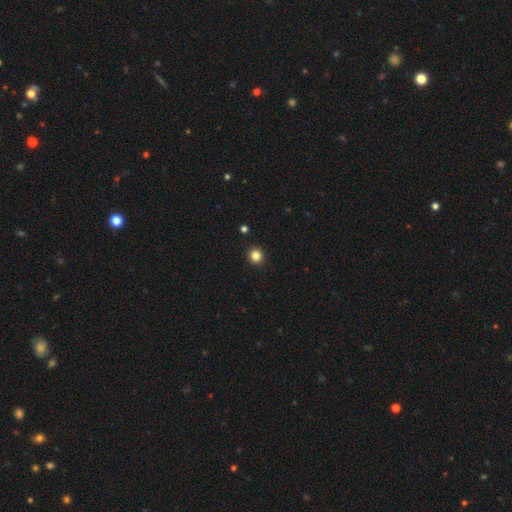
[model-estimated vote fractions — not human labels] Smooth or featured: smooth — 84% (star or artifact — 12%)
How rounded: round — 92% (in between — 7%)
Merging: none — 93% (minor disturbance — 5%)